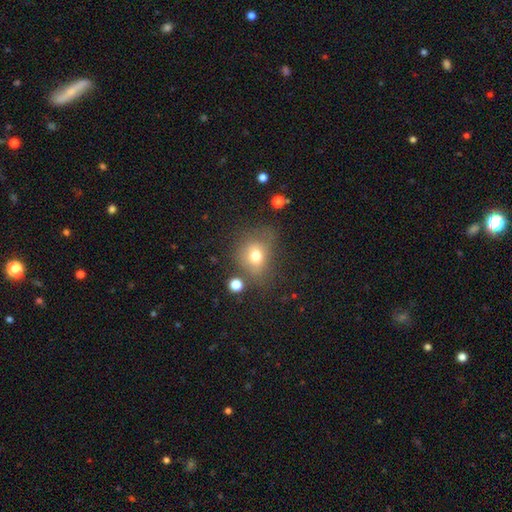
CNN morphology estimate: Smooth or featured? Predicted: smooth (p=0.71). How rounded? Predicted: round (p=0.58). Merging? Predicted: none (p=0.54).